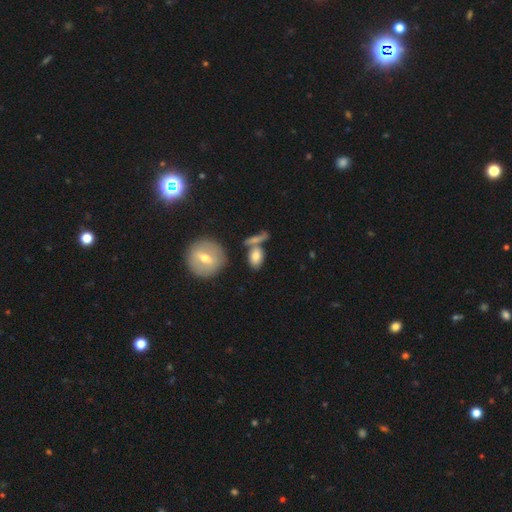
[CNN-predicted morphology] This appears to be a smooth galaxy with no disk features (74%) that is in between round and cigar-shaped (74%). Merging: none (56%).